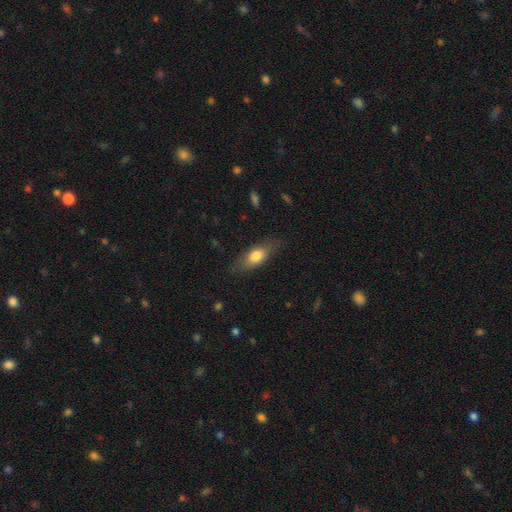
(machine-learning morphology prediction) Smooth or featured?
  - smooth: 71% *
  - featured or disk: 23%
  - star or artifact: 6%
How rounded?
  - in between: 70% *
  - cigar-shaped: 25%
  - round: 4%
Merging?
  - none: 78% *
  - minor disturbance: 16%
  - major disturbance: 5%
  - merger: 1%